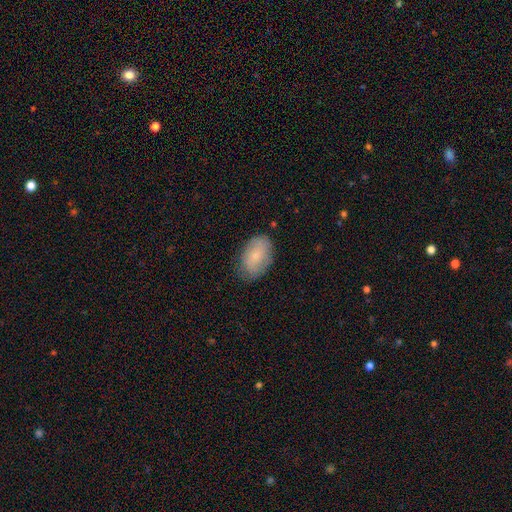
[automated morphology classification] smooth_or_featured: smooth (p=0.70) [alt: featured or disk p=0.24]
how_rounded: in between (p=0.90) [alt: round p=0.09]
merging: none (p=0.77) [alt: minor disturbance p=0.18]